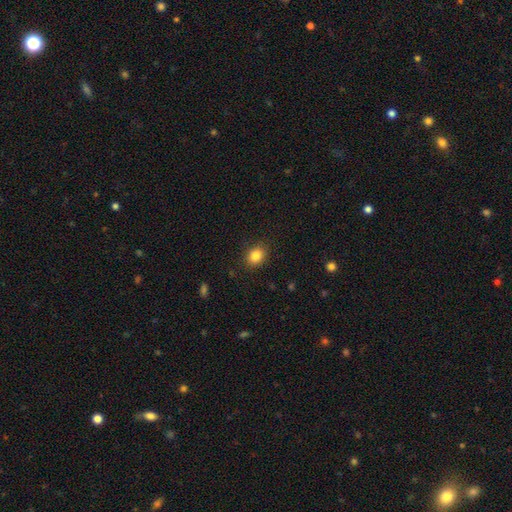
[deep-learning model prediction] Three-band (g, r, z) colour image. It shows a smooth galaxy with no disk features (85%) that is round (52%). Merging: none (88%).